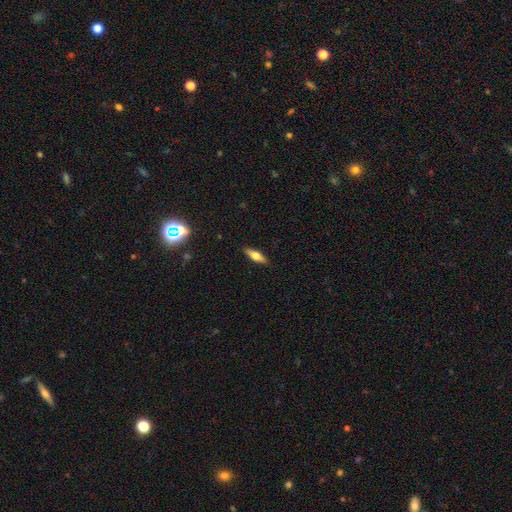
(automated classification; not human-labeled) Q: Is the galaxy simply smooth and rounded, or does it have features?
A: smooth — 53%.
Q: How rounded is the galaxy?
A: cigar-shaped — 49%.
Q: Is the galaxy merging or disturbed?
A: none — 88%.